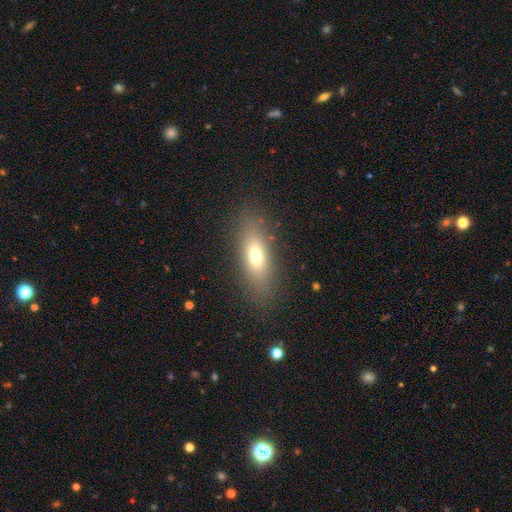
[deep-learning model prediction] This appears to be a smooth galaxy with no disk features (68%) that is in between round and cigar-shaped (65%). Merging: none (85%).